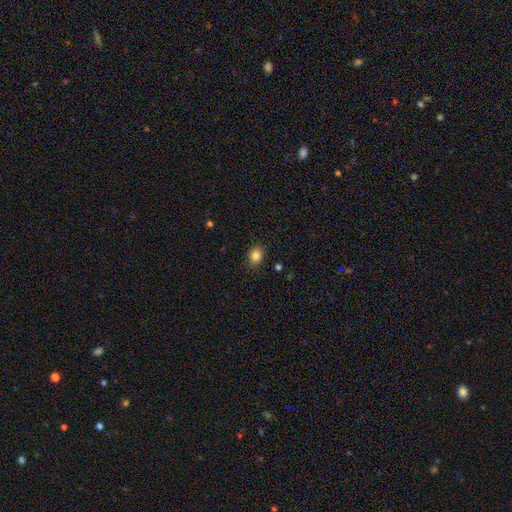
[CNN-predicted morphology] Q: Smooth or featured?
A: smooth (84%); runner-up: star or artifact (11%)
Q: How rounded?
A: round (51%); runner-up: in between (48%)
Q: Merging?
A: none (86%); runner-up: minor disturbance (10%)